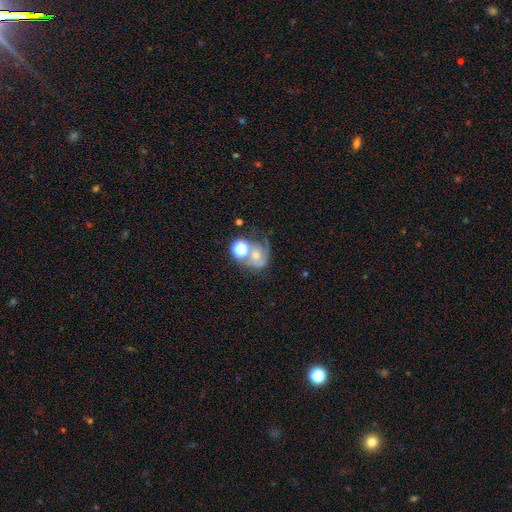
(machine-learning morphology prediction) featured or disk 41%, smooth 32%, star or artifact 27%. Down the decision tree: merging — merger (34%, tied with none).